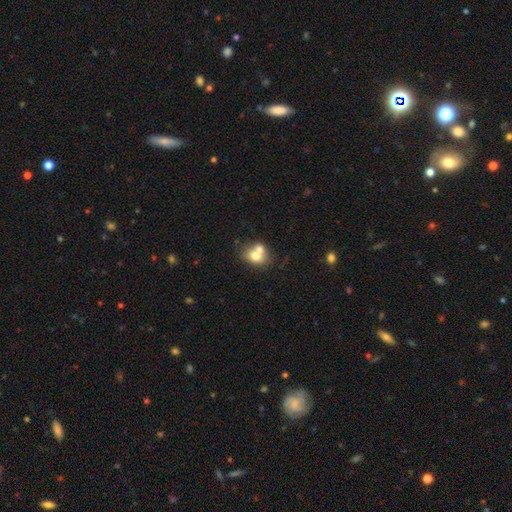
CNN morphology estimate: Smooth or featured? smooth (70%)
How rounded? in between (50%)
Merging? merger (53%)